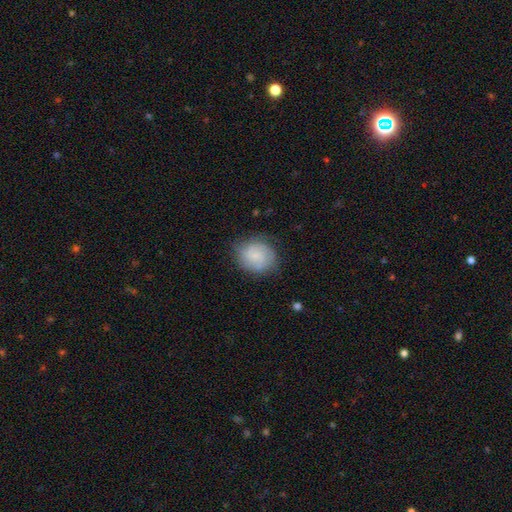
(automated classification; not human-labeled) Overall: smooth (61%; featured or disk 31%). How rounded: round (74%). Merging: none (73%).